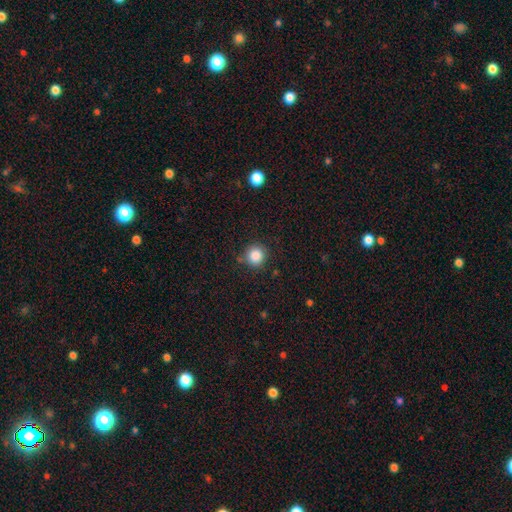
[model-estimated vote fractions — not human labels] A smooth galaxy with no disk features (86%) that is round (92%).

Vote fractions:
- Smooth or featured? smooth: 86% / star or artifact: 10% / featured or disk: 4%
- How rounded? round: 92% / in between: 7% / cigar-shaped: 1%
- Merging? none: 84% / minor disturbance: 10% / major disturbance: 3% / merger: 3%